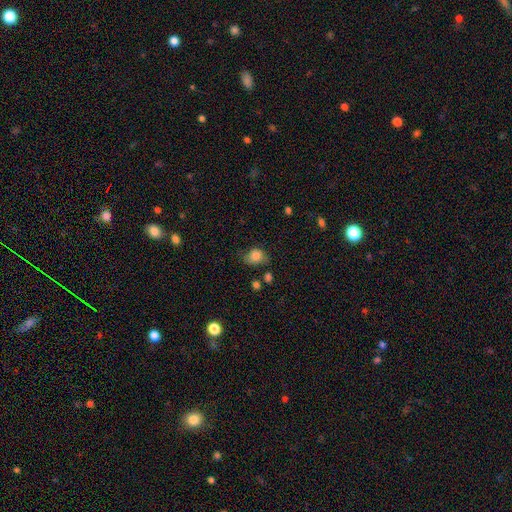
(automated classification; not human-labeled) Overall: smooth (80%). How rounded: round (53%; in between 46%). Merging: none (54%; minor disturbance 31%).